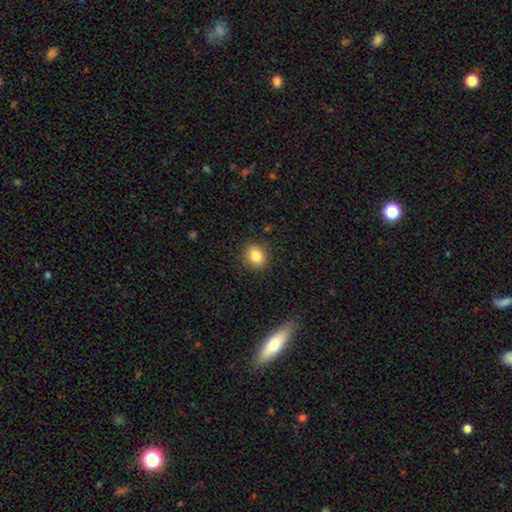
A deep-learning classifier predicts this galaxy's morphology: type=smooth (84%); roundness=round (57%); merging=none (88%).